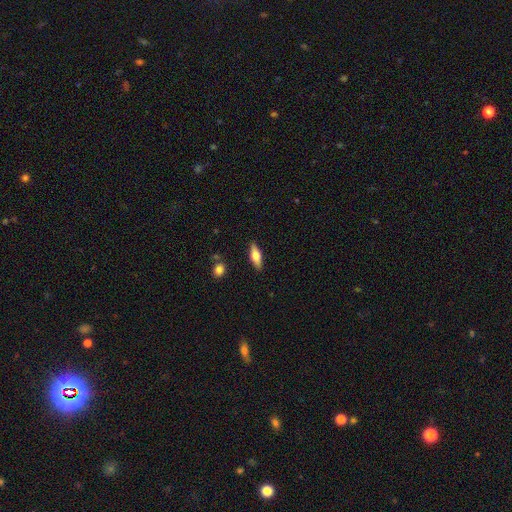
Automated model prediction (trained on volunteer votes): Smooth or featured?
  - smooth: 54% *
  - featured or disk: 40%
  - star or artifact: 6%
How rounded?
  - in between: 57% *
  - cigar-shaped: 40%
  - round: 3%
Merging?
  - none: 87% *
  - minor disturbance: 9%
  - major disturbance: 2%
  - merger: 2%